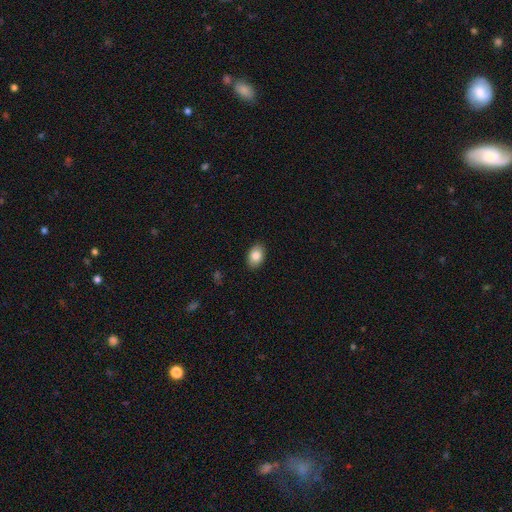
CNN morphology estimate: A smooth galaxy with no disk features (85%) that is in between round and cigar-shaped (85%). Merging: none (89%).